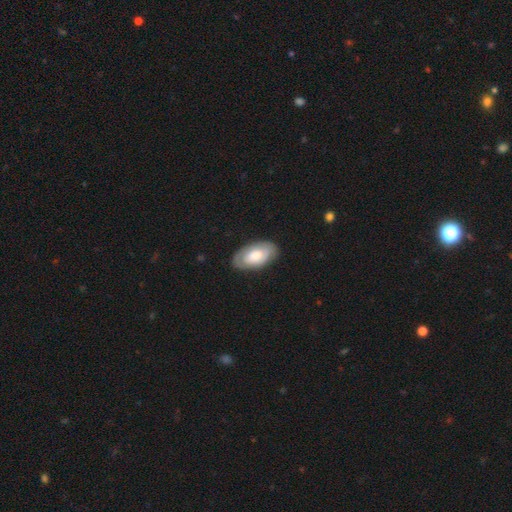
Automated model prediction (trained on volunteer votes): smooth-or-featured: smooth: 53% | featured or disk: 41% | star or artifact: 5%
  how-rounded: in between: 94% | round: 4% | cigar-shaped: 2%
  merging: none: 81% | minor disturbance: 14% | major disturbance: 4% | merger: 1%